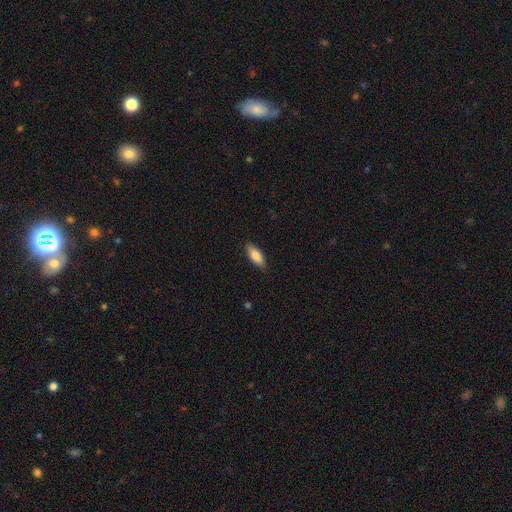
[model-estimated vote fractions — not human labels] A smooth galaxy with no disk features (86%) that is in between round and cigar-shaped (78%). Merging: none (84%).